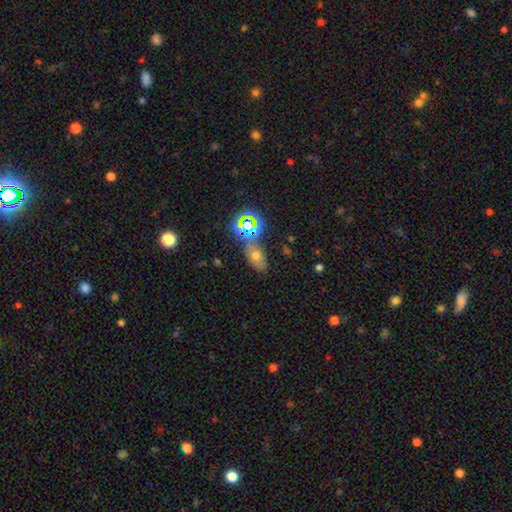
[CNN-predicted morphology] Q: Smooth or featured?
A: smooth (51%); runner-up: star or artifact (30%)
Q: How rounded?
A: in between (78%); runner-up: round (16%)
Q: Merging?
A: none (59%); runner-up: merger (18%)